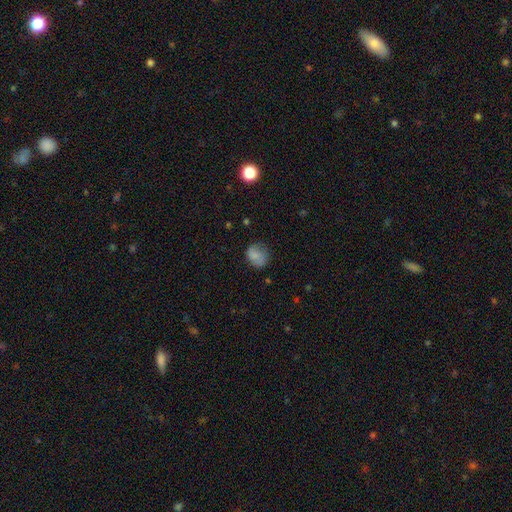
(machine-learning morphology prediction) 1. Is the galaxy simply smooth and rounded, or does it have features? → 80% smooth, 10% star or artifact, 10% featured or disk.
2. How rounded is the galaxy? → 58% round, 41% in between, 1% cigar-shaped.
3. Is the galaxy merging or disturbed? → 65% none, 26% minor disturbance, 8% major disturbance, 2% merger.